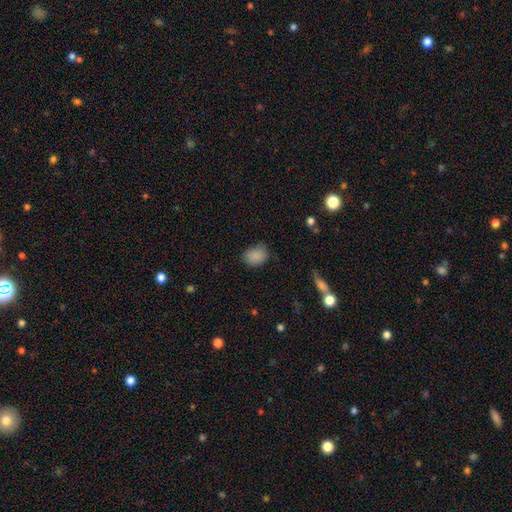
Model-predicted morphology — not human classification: A smooth galaxy with no disk features (87%) that is in between round and cigar-shaped (64%).

Vote fractions:
- Smooth or featured? smooth: 87% / star or artifact: 9% / featured or disk: 4%
- How rounded? in between: 64% / round: 35% / cigar-shaped: 1%
- Merging? none: 72% / minor disturbance: 22% / major disturbance: 5% / merger: 2%